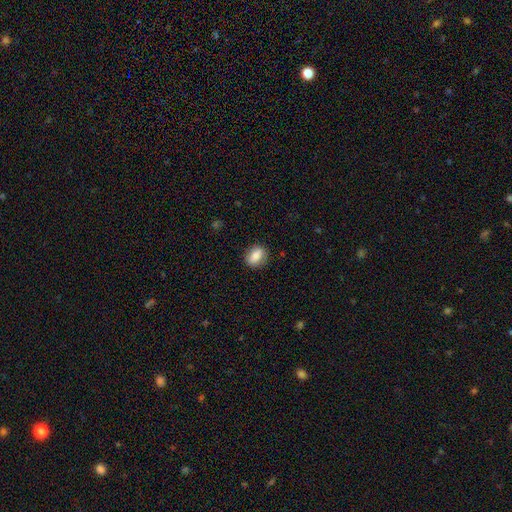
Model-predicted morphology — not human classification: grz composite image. It shows a smooth galaxy with no disk features (85%) that is in between round and cigar-shaped (68%). Merging: none (85%).